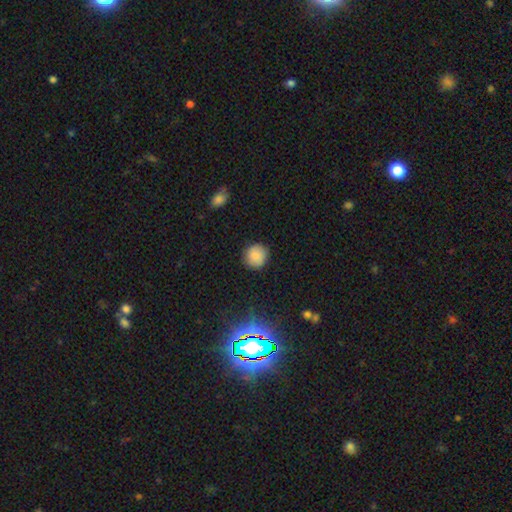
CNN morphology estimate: The model was most divided on "smooth or featured": smooth: 85%, star or artifact: 9%, featured or disk: 5%. More confident: how rounded — round (90%); merging — none (87%).